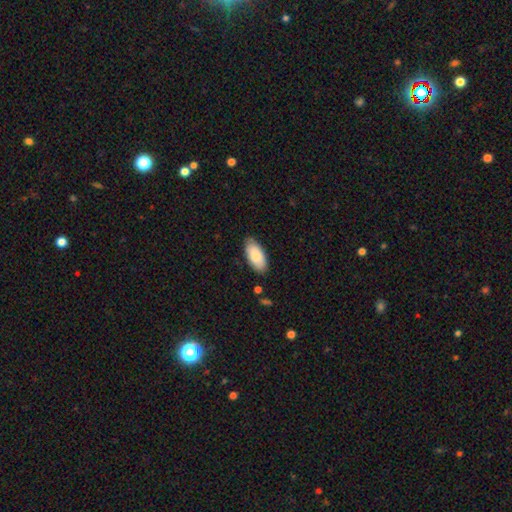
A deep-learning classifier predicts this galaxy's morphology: Smooth or featured: smooth — 85% (featured or disk — 9%)
How rounded: in between — 92% (cigar-shaped — 7%)
Merging: none — 84% (minor disturbance — 12%)